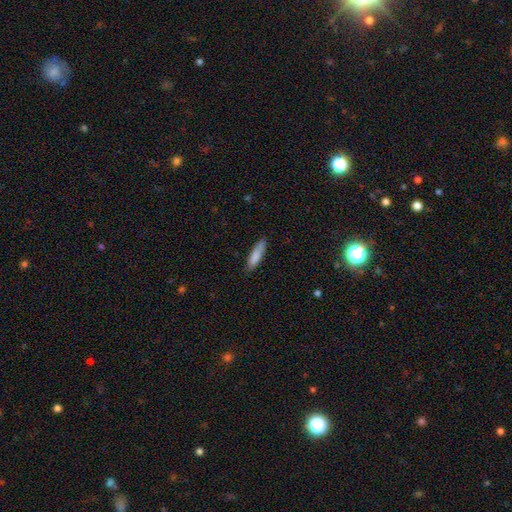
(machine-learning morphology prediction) This is clearly a smooth galaxy (84%). How rounded: likely cigar-shaped (70%). Merging: clearly none (84%).